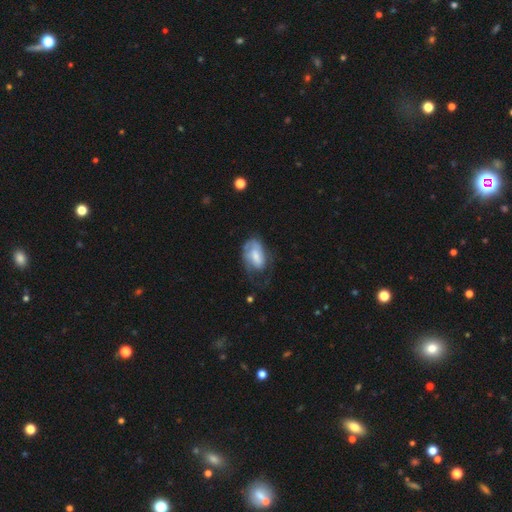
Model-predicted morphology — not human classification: Q: Smooth or featured?
A: featured or disk (51%); runner-up: smooth (43%)
Q: Edge-on disk?
A: no (95%); runner-up: yes (5%)
Q: Merging?
A: none (38%); runner-up: major disturbance (31%)